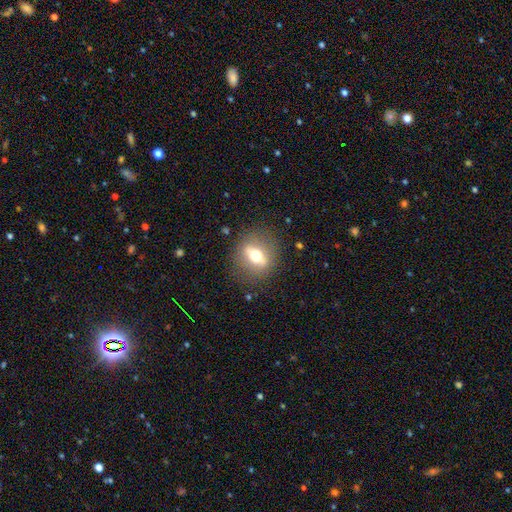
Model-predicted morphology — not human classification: featured or disk 49%, smooth 41%, star or artifact 10%. Down the decision tree: merging — none (84%).